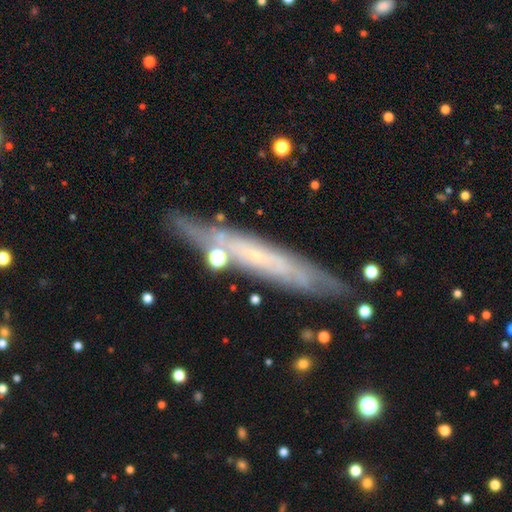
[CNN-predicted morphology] Overall: featured or disk (65%; smooth 27%). Edge-on disk: yes (70%; no 30%). Merging: none (81%).